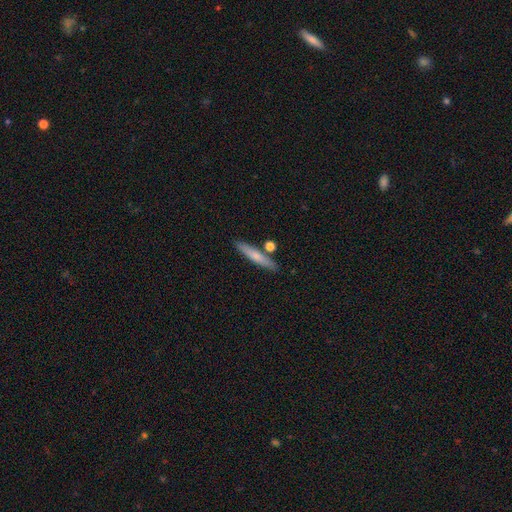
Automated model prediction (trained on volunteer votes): The model was most divided on "smooth or featured": smooth: 69%, featured or disk: 26%, star or artifact: 6%. More confident: how rounded — cigar-shaped (89%); merging — none (81%).